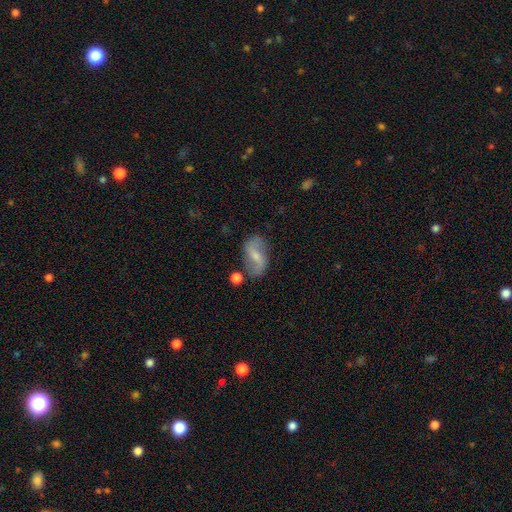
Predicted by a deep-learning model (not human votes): smooth-or-featured: featured or disk: 61% | smooth: 31% | star or artifact: 8%
  disk-edge-on: no: 95% | yes: 5%
    bar: weak: 44% | strong: 33% | no: 23%
    has-spiral-arms: yes: 81% | no: 19%
    bulge-size: small: 51% | moderate: 36% | none: 10% | large: 3% | dominant: 1%
  merging: none: 69% | minor disturbance: 19% | major disturbance: 6% | merger: 6%